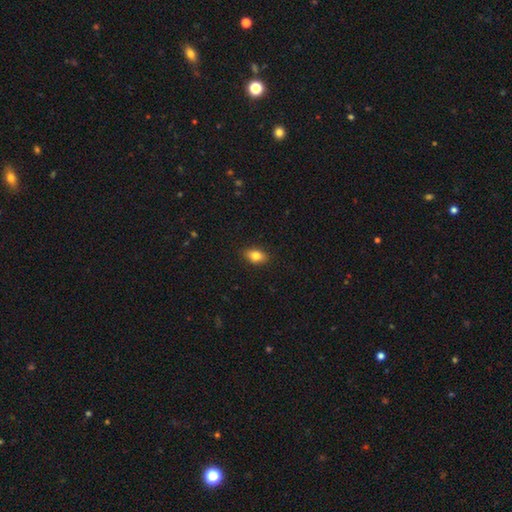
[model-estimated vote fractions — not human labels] Smooth or featured?
  - smooth: 80% *
  - featured or disk: 12%
  - star or artifact: 9%
How rounded?
  - in between: 82% *
  - round: 14%
  - cigar-shaped: 4%
Merging?
  - none: 87% *
  - minor disturbance: 10%
  - major disturbance: 2%
  - merger: 1%